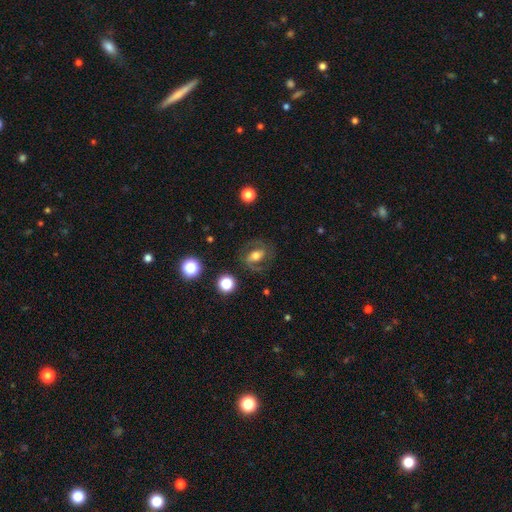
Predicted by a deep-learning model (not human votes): Q: Smooth or featured?
A: featured or disk (68%); runner-up: smooth (23%)
Q: Edge-on disk?
A: no (96%); runner-up: yes (4%)
Q: Bar?
A: weak (37%); runner-up: no (34%)
Q: Spiral arms?
A: yes (84%); runner-up: no (16%)
Q: Spiral winding?
A: medium (53%); runner-up: tight (27%)
Q: Spiral arm count?
A: 2 (87%); runner-up: can't tell (6%)
Q: Bulge size?
A: moderate (64%); runner-up: large (16%)
Q: Merging?
A: none (74%); runner-up: minor disturbance (14%)